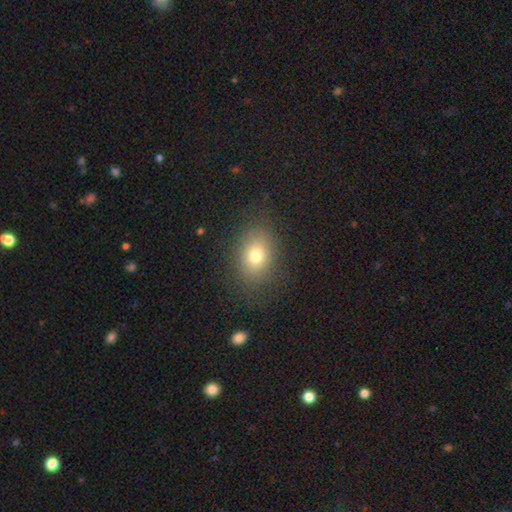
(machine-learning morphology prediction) A smooth galaxy with no disk features (76%) that is in between round and cigar-shaped (63%). Merging: none (83%).